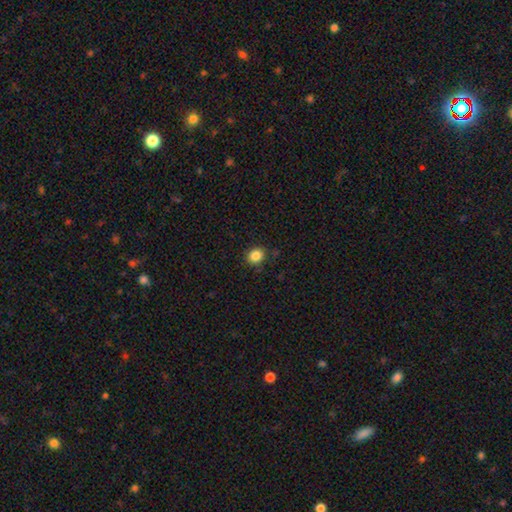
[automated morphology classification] Q: Smooth or featured?
A: smooth (85%); runner-up: star or artifact (11%)
Q: How rounded?
A: round (76%); runner-up: in between (23%)
Q: Merging?
A: none (87%); runner-up: minor disturbance (9%)